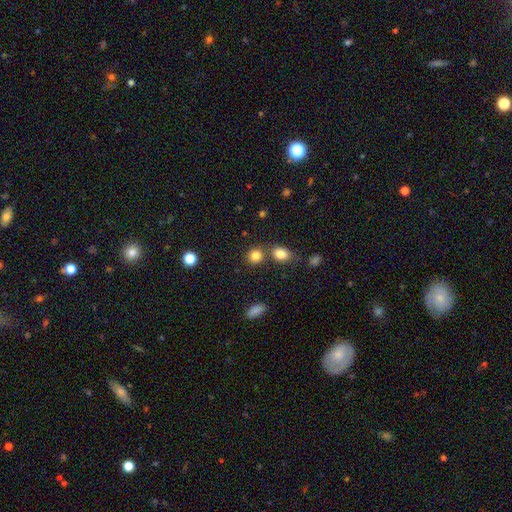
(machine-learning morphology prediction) Smooth or featured: smooth — 83% (star or artifact — 11%)
How rounded: round — 79% (in between — 20%)
Merging: none — 68% (merger — 20%)